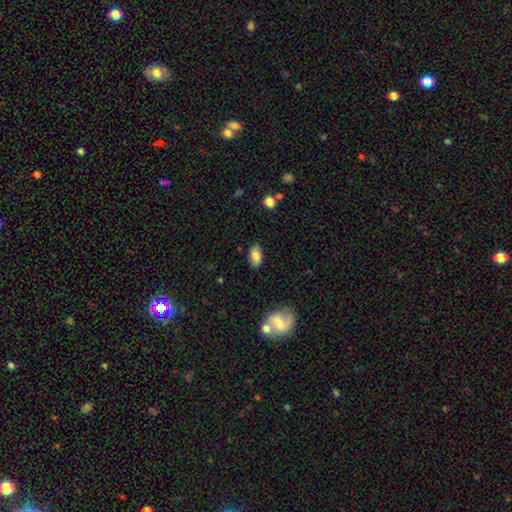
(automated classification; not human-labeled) smooth-or-featured: smooth: 79% | featured or disk: 13% | star or artifact: 8%
  how-rounded: in between: 92% | round: 5% | cigar-shaped: 2%
  merging: none: 82% | minor disturbance: 14% | major disturbance: 3% | merger: 2%